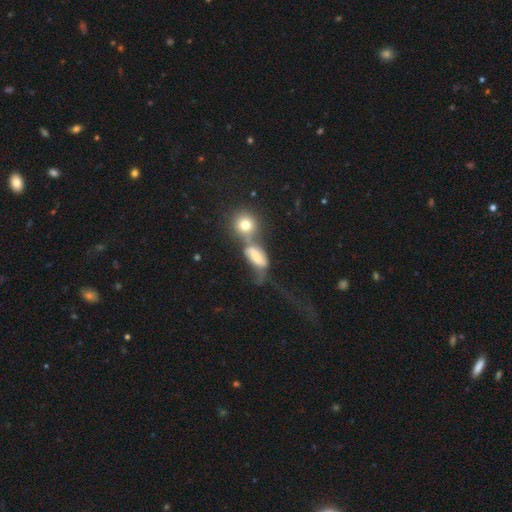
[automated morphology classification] This appears to be a smooth galaxy with no disk features (54%) that is in between round and cigar-shaped (68%). Merging: merger (58%).